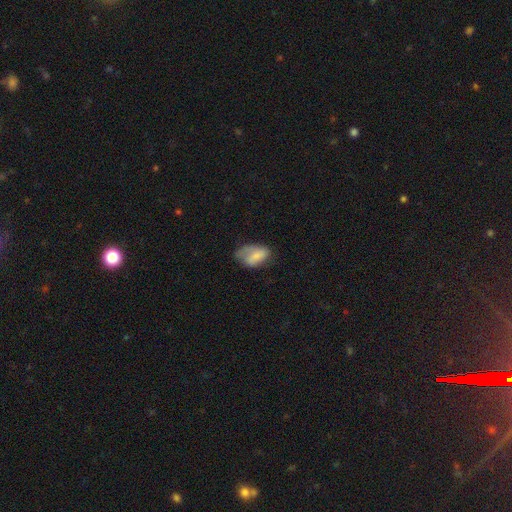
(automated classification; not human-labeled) smooth 68%, featured or disk 25%, star or artifact 7%. Down the decision tree: how rounded — in between (91%); merging — none (40%).